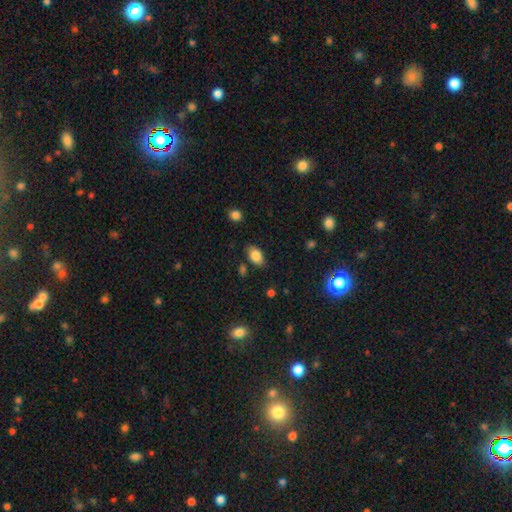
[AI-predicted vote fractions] Q: Smooth or featured?
A: smooth (83%); runner-up: star or artifact (8%)
Q: How rounded?
A: in between (90%); runner-up: round (8%)
Q: Merging?
A: none (81%); runner-up: minor disturbance (13%)